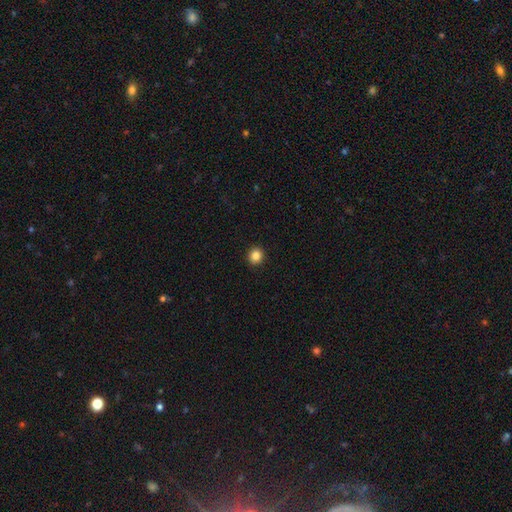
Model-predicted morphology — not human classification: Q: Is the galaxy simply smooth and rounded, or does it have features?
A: smooth — 86%.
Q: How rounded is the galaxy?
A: round — 91%.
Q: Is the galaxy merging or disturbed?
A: none — 93%.